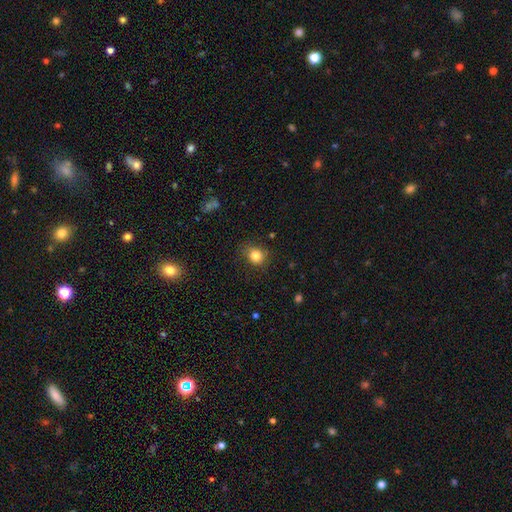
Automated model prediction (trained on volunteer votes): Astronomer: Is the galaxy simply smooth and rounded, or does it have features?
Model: smooth — 82%.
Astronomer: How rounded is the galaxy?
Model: round — 74%.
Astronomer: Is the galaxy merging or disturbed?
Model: none — 82%.